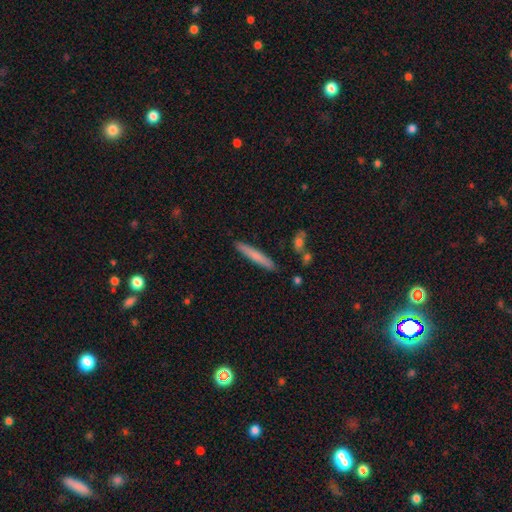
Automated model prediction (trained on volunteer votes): This appears to be a smooth galaxy with no disk features (71%) that is cigar-shaped (95%). Merging: none (89%).